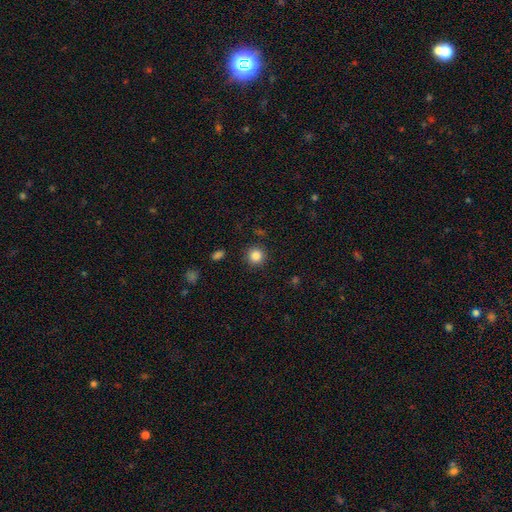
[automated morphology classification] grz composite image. It shows a smooth galaxy with no disk features (85%) that is round (94%). Merging: none (91%).